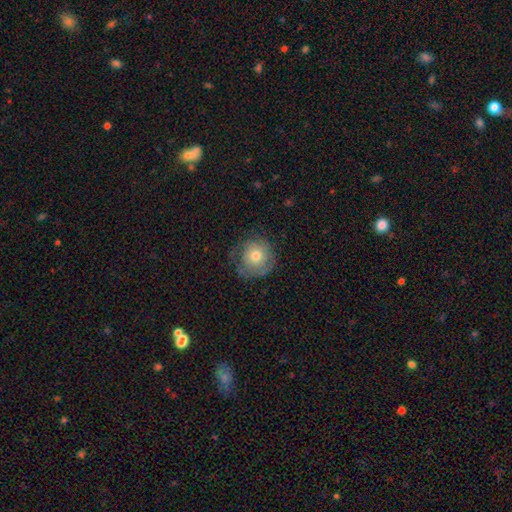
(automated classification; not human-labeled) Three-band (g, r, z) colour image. It shows a smooth galaxy with no disk features (59%) that is round (91%). Merging: none (67%).